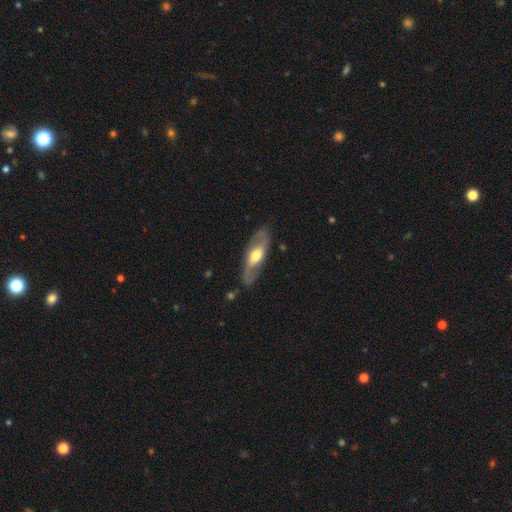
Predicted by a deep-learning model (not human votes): Overall: featured or disk (65%; smooth 30%). Edge-on disk: no (76%). Merging: none (79%).